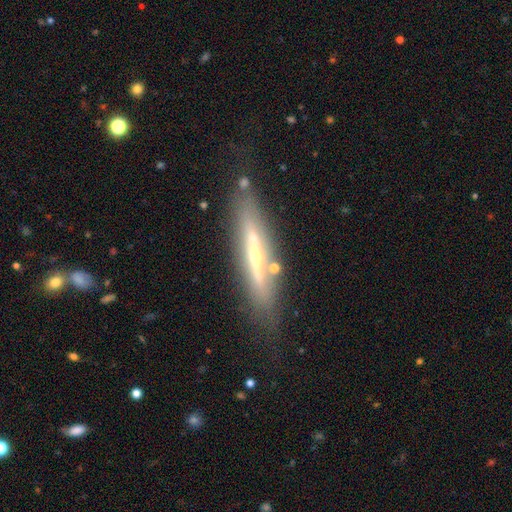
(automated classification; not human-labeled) Q: Smooth or featured?
A: featured or disk (70%); runner-up: smooth (22%)
Q: Edge-on disk?
A: yes (89%); runner-up: no (11%)
Q: Edge-on bulge?
A: rounded (66%); runner-up: none (26%)
Q: Merging?
A: none (75%); runner-up: minor disturbance (15%)